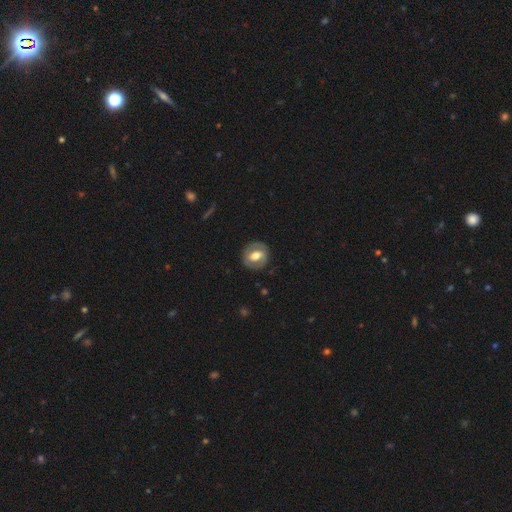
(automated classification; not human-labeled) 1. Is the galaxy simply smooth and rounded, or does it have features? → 54% featured or disk, 40% smooth, 6% star or artifact.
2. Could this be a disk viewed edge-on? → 95% no, 5% yes.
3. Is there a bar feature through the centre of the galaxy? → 41% weak, 32% no, 27% strong.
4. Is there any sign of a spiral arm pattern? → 52% no, 48% yes.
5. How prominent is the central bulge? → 60% moderate, 29% large, 7% small, 2% dominant, 1% none.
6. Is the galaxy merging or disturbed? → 83% none, 11% minor disturbance, 4% major disturbance, 1% merger.